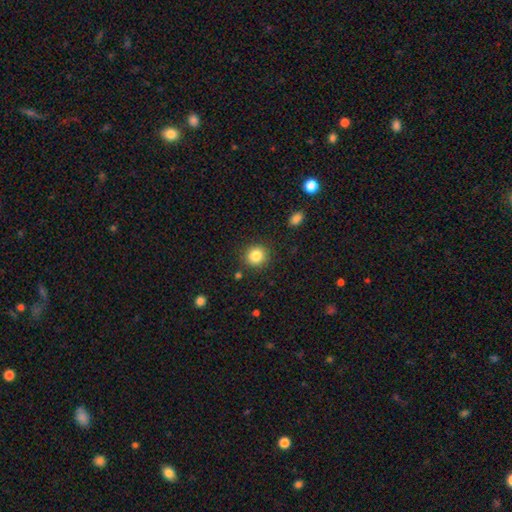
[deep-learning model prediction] Smooth or featured? Predicted: smooth (p=0.84). How rounded? Predicted: round (p=0.90). Merging? Predicted: none (p=0.88).